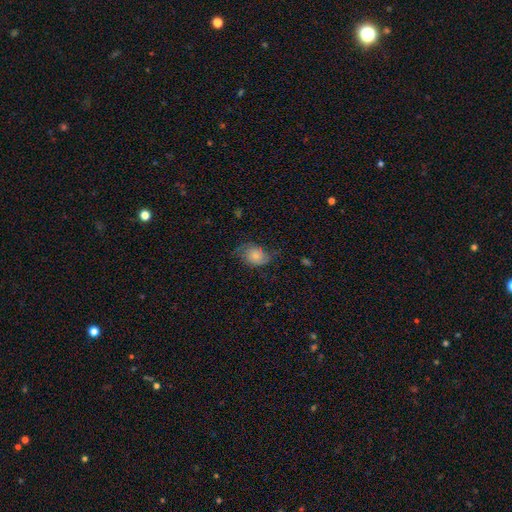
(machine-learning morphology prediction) smooth 57%, featured or disk 34%, star or artifact 9%. Down the decision tree: how rounded — in between (64%); merging — none (50%).